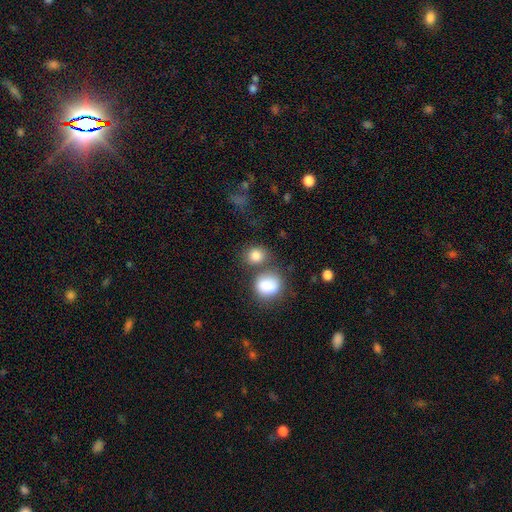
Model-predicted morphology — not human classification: Smooth or featured? smooth (84%)
How rounded? round (67%)
Merging? none (56%)